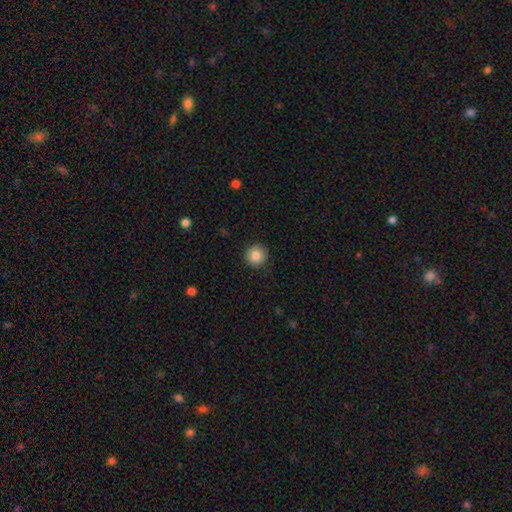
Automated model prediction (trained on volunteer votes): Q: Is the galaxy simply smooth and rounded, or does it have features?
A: smooth — 83%.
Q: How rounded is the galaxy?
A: round — 95%.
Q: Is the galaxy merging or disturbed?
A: none — 90%.